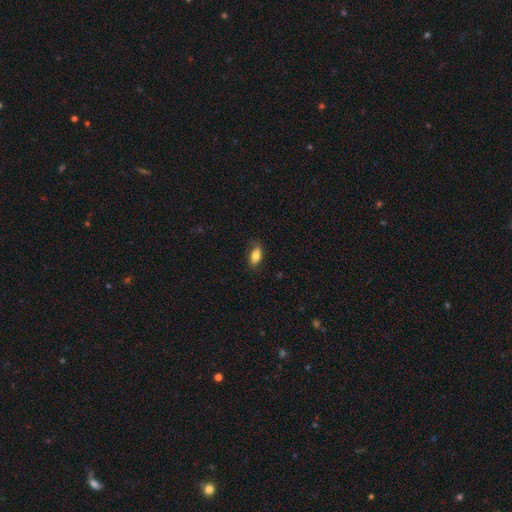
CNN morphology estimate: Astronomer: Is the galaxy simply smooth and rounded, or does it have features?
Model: smooth — 82%.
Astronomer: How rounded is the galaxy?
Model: in between — 88%.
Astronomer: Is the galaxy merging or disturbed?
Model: none — 79%.